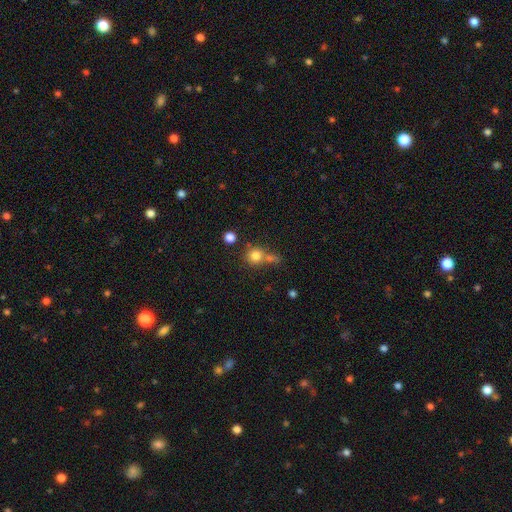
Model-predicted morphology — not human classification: A smooth galaxy with no disk features (78%) that is round (89%).

Vote fractions:
- Smooth or featured? smooth: 78% / star or artifact: 13% / featured or disk: 9%
- How rounded? round: 89% / in between: 10% / cigar-shaped: 1%
- Merging? none: 53% / merger: 33% / minor disturbance: 10% / major disturbance: 5%